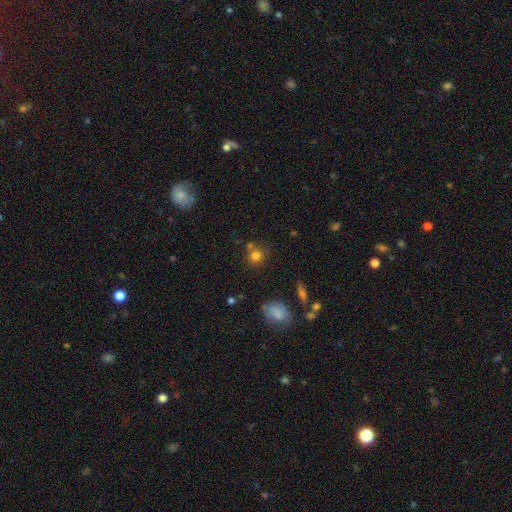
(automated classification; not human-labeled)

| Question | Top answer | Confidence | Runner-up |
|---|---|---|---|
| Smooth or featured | smooth | 77% | star or artifact (14%) |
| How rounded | round | 86% | in between (12%) |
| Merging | none | 64% | merger (21%) |